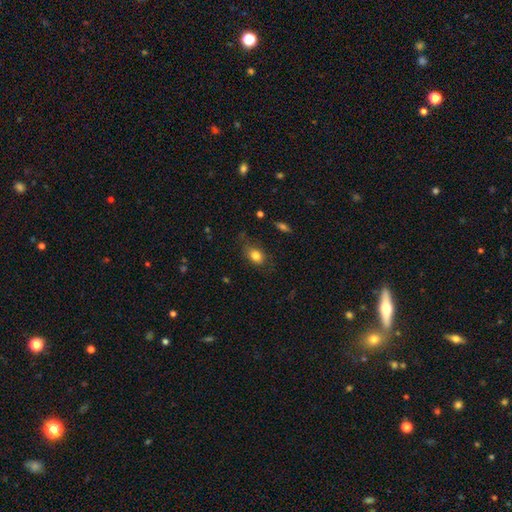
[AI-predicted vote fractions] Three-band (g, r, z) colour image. It shows a smooth galaxy with no disk features (81%) that is in between round and cigar-shaped (74%). Merging: none (67%).